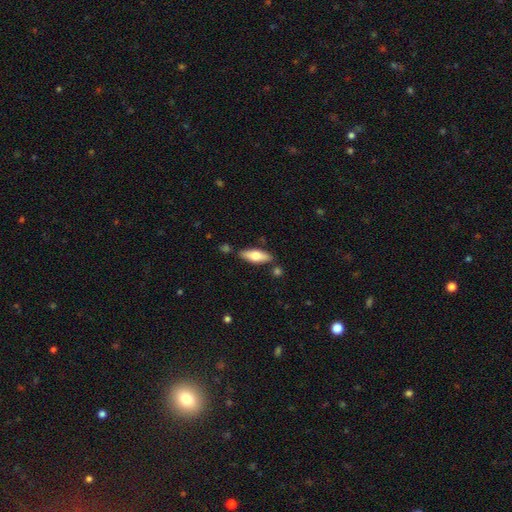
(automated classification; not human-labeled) A smooth galaxy with no disk features (66%) that is in between round and cigar-shaped (62%). Merging: none (81%).